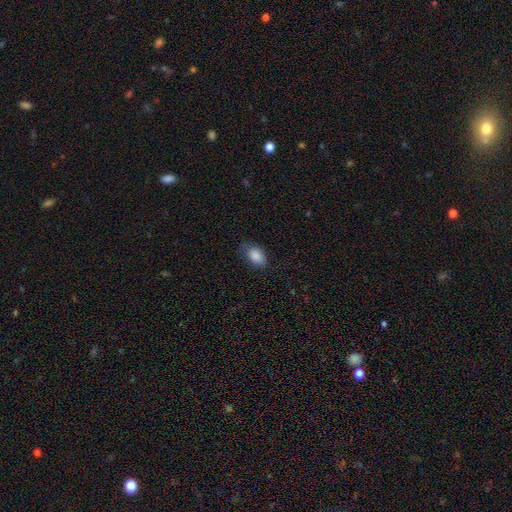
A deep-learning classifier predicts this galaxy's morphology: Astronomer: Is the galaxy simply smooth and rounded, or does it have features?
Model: smooth — 86%.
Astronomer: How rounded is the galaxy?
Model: in between — 88%.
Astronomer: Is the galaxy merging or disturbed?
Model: none — 64%.